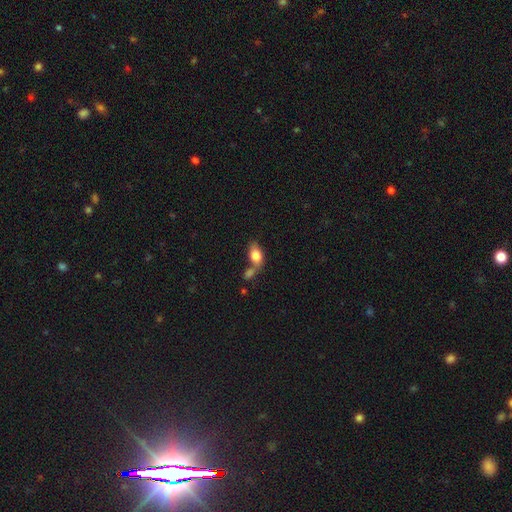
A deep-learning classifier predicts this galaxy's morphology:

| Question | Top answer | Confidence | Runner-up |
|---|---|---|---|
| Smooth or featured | smooth | 80% | featured or disk (13%) |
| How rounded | in between | 86% | round (11%) |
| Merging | merger | 41% | none (38%) |